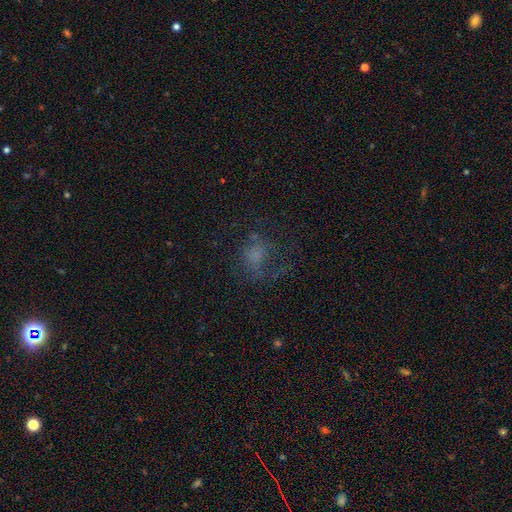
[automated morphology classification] This appears to be a smooth galaxy with no disk features (43%). Merging: none (43%).